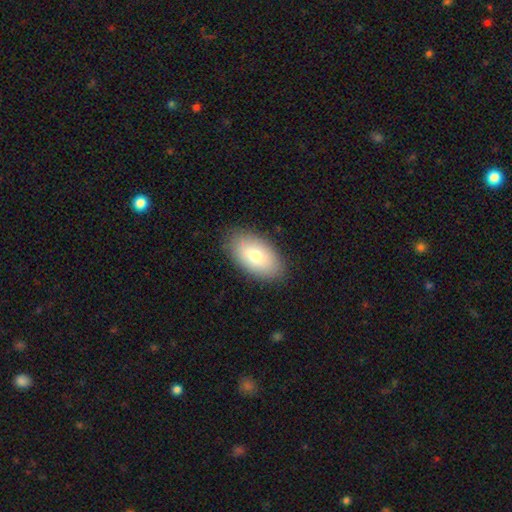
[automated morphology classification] Smooth or featured? smooth (76%)
How rounded? in between (94%)
Merging? none (85%)